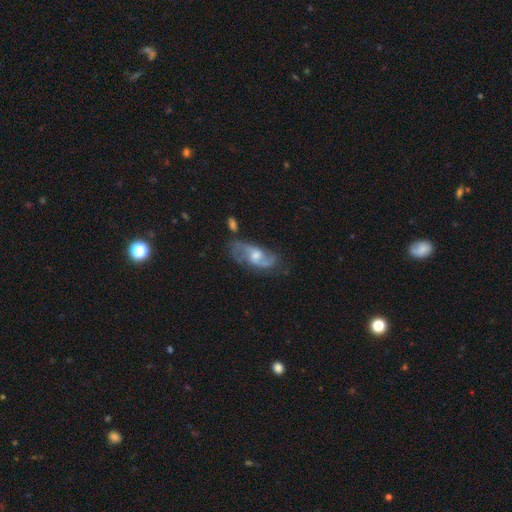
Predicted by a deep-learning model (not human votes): Q: Smooth or featured?
A: featured or disk (82%); runner-up: smooth (12%)
Q: Edge-on disk?
A: no (94%); runner-up: yes (6%)
Q: Bar?
A: weak (49%); runner-up: no (41%)
Q: Spiral arms?
A: yes (94%); runner-up: no (6%)
Q: Spiral winding?
A: medium (46%); runner-up: loose (41%)
Q: Spiral arm count?
A: 2 (85%); runner-up: can't tell (7%)
Q: Bulge size?
A: moderate (57%); runner-up: small (29%)
Q: Merging?
A: none (65%); runner-up: minor disturbance (20%)